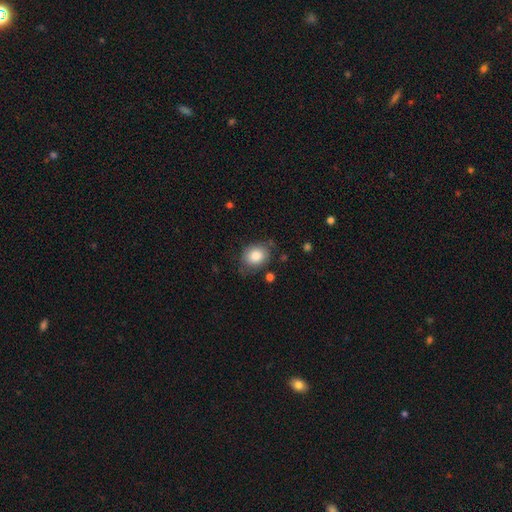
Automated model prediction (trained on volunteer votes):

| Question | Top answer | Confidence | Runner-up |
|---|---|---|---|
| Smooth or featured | smooth | 83% | featured or disk (9%) |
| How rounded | in between | 51% | round (48%) |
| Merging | none | 71% | minor disturbance (21%) |